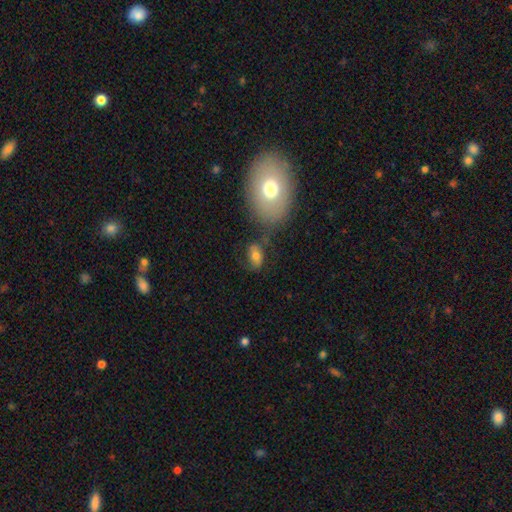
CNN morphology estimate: Smooth or featured?
  - smooth: 67% *
  - featured or disk: 22%
  - star or artifact: 11%
How rounded?
  - in between: 82% *
  - round: 15%
  - cigar-shaped: 3%
Merging?
  - none: 57% *
  - minor disturbance: 19%
  - merger: 14%
  - major disturbance: 10%